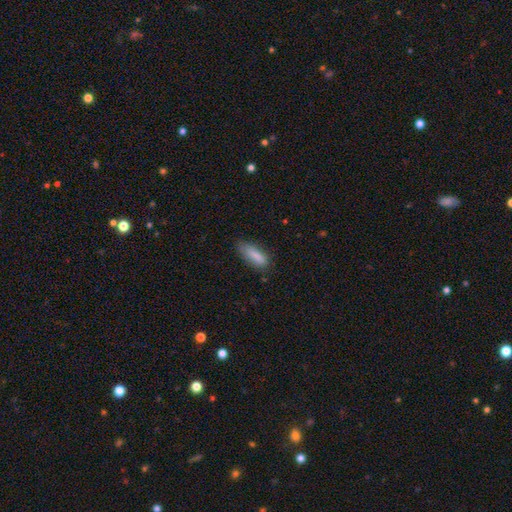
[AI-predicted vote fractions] smooth 84%, featured or disk 8%, star or artifact 8%. Down the decision tree: how rounded — in between (58%); merging — none (67%).